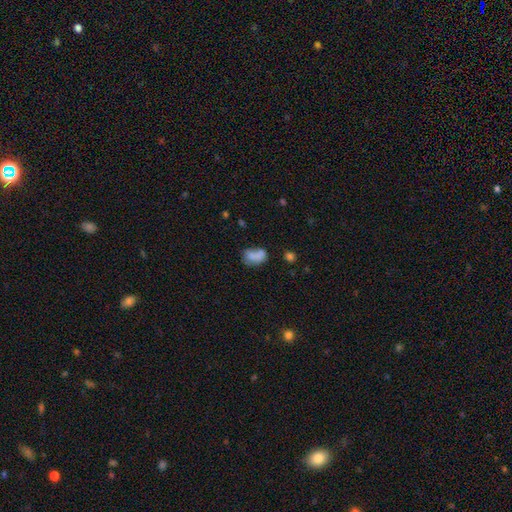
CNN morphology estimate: This appears to be a smooth galaxy with no disk features (69%) that is in between round and cigar-shaped (82%). Merging: none (35%).